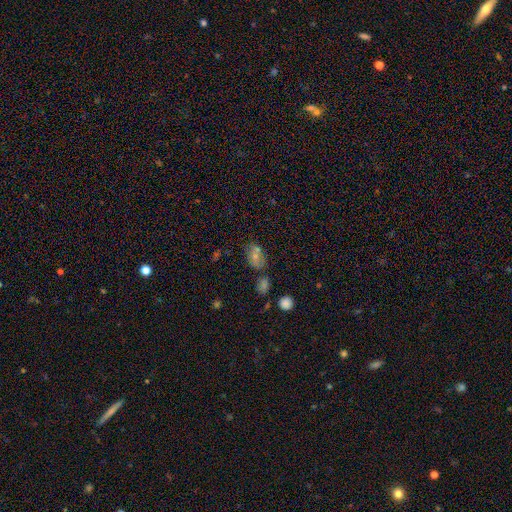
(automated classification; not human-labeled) smooth 62%, featured or disk 21%, star or artifact 17%. Down the decision tree: how rounded — in between (80%); merging — none (56%).